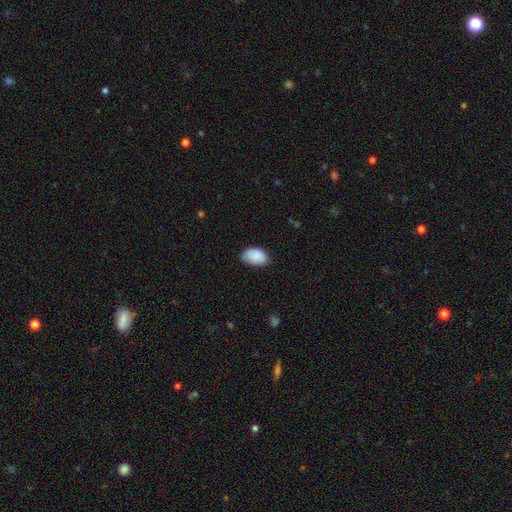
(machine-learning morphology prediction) type=smooth (86%); roundness=in between (89%); merging=none (61%).